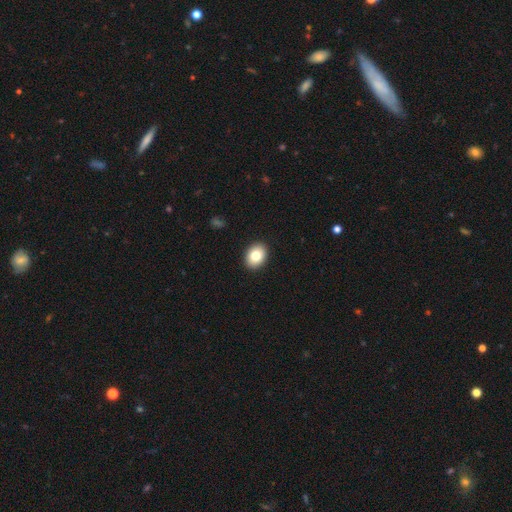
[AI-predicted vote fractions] The model was most divided on "how rounded": in between: 66%, round: 33%, cigar-shaped: 1%. More confident: merging — none (92%); smooth or featured — smooth (82%).